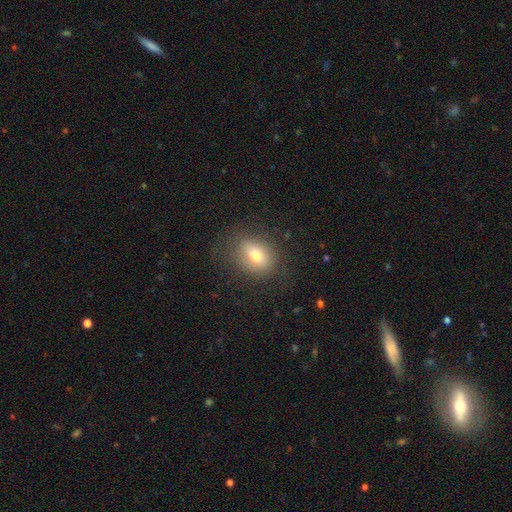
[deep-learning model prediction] Smooth or featured? Predicted: smooth (p=0.70). How rounded? Predicted: in between (p=0.58). Merging? Predicted: none (p=0.76).